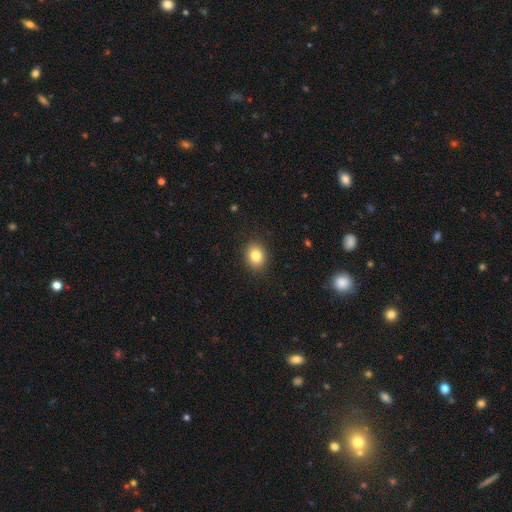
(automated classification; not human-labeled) A smooth galaxy with no disk features (83%) that is round (54%).

Vote fractions:
- Smooth or featured? smooth: 83% / star or artifact: 10% / featured or disk: 7%
- How rounded? round: 54% / in between: 46% / cigar-shaped: 1%
- Merging? none: 89% / minor disturbance: 8% / major disturbance: 2% / merger: 1%